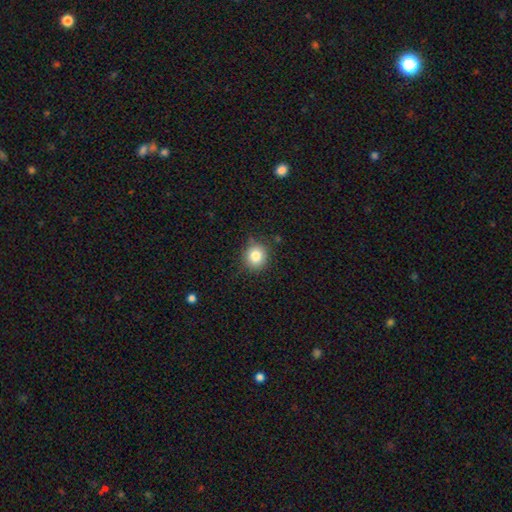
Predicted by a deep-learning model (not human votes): The model was most divided on "merging": none: 83%, minor disturbance: 13%, major disturbance: 3%, merger: 2%. More confident: how rounded — round (88%); smooth or featured — smooth (83%).